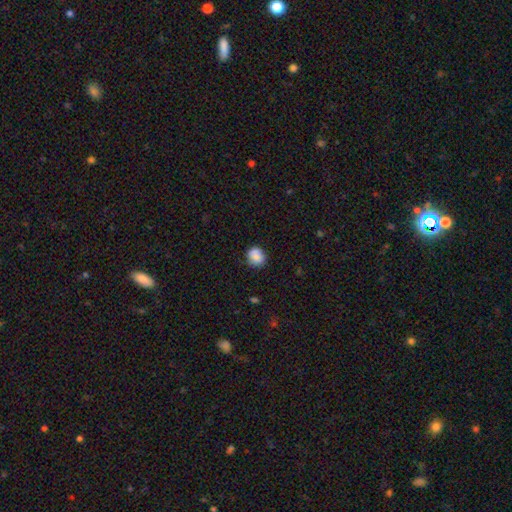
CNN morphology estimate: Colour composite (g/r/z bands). It shows a smooth galaxy with no disk features (85%) that is round (79%). Merging: none (77%).